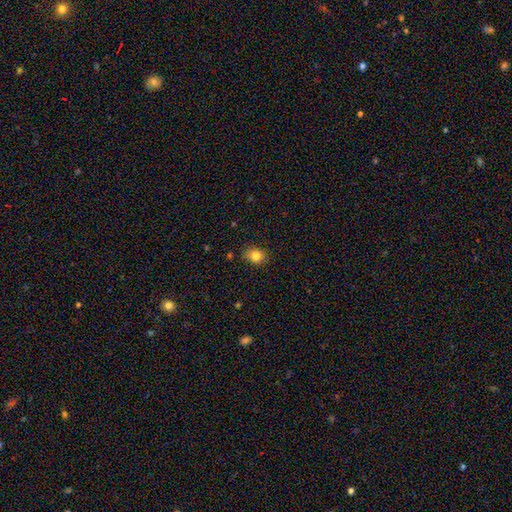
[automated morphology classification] This is clearly a smooth galaxy (83%). How rounded: possibly in between (53%). Merging: clearly none (81%).